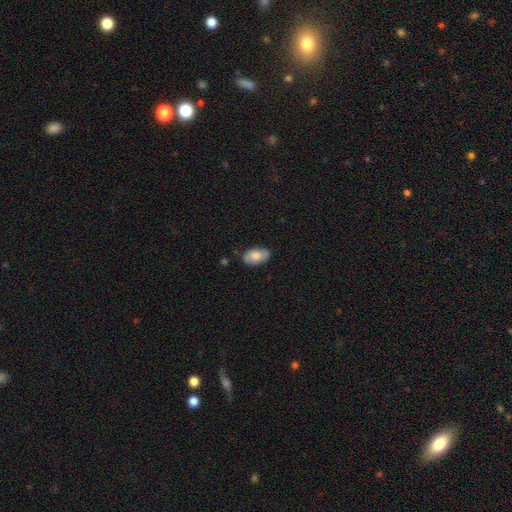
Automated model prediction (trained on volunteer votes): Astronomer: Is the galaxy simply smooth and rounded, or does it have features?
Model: smooth — 68%.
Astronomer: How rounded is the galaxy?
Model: in between — 93%.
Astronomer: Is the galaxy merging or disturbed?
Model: none — 79%.